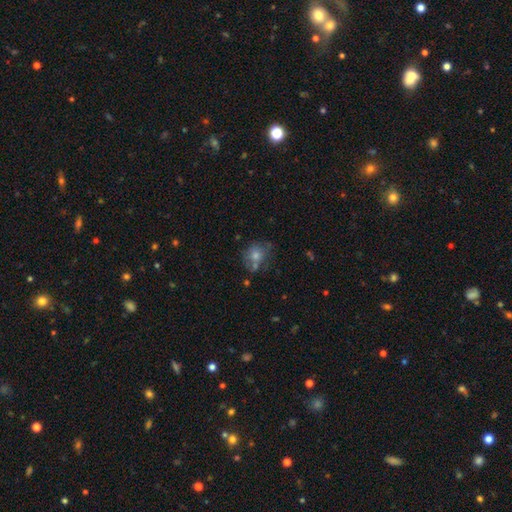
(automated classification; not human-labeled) A smooth galaxy with no disk features (54%) that is round (70%). Merging: none (58%).